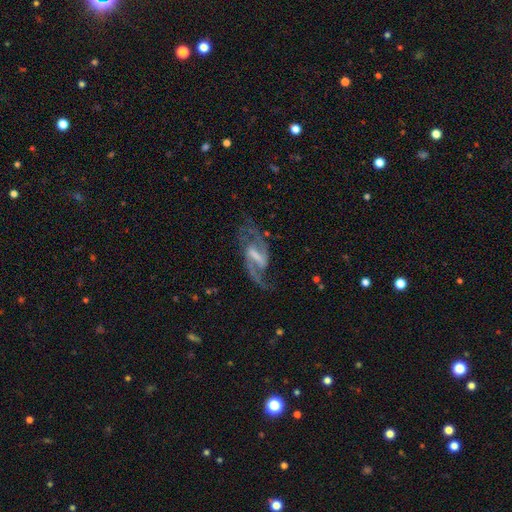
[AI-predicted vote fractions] Smooth or featured: featured or disk — 90% (star or artifact — 5%)
Edge-on disk: no — 96% (yes — 4%)
Bar: strong — 50% (weak — 40%)
Spiral arms: yes — 97% (no — 3%)
Spiral winding: medium — 51% (loose — 39%)
Spiral arm count: 2 — 92% (can't tell — 2%)
Bulge size: none — 41% (small — 28%)
Merging: none — 70% (minor disturbance — 15%)